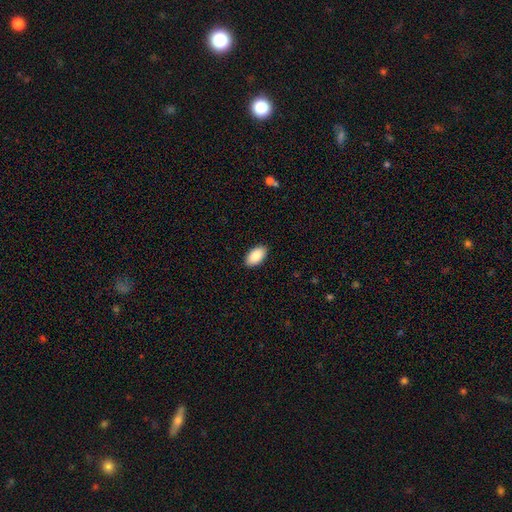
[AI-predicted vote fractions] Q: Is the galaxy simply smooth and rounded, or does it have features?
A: smooth — 87%.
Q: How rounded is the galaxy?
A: in between — 95%.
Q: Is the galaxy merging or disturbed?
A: none — 90%.